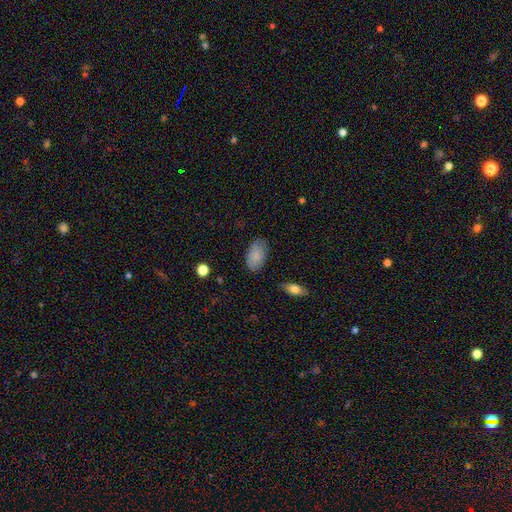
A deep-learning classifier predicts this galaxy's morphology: This is clearly a smooth galaxy (85%). How rounded: clearly in between (94%). Merging: clearly none (81%).